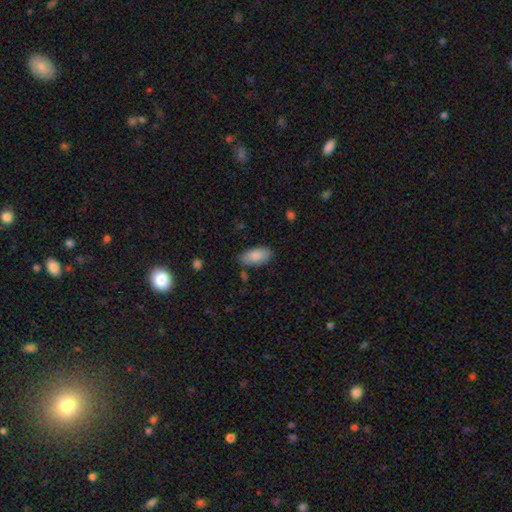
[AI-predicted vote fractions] Q: Smooth or featured?
A: smooth (86%); runner-up: featured or disk (8%)
Q: How rounded?
A: in between (91%); runner-up: cigar-shaped (7%)
Q: Merging?
A: none (79%); runner-up: minor disturbance (15%)